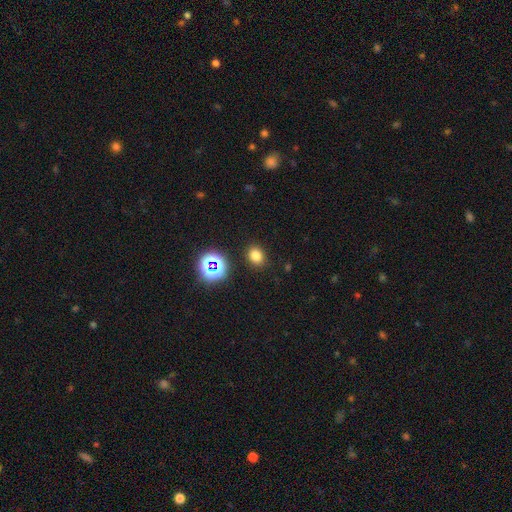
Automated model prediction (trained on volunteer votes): This is likely a smooth galaxy (75%). How rounded: possibly round (50%). Merging: clearly none (87%).